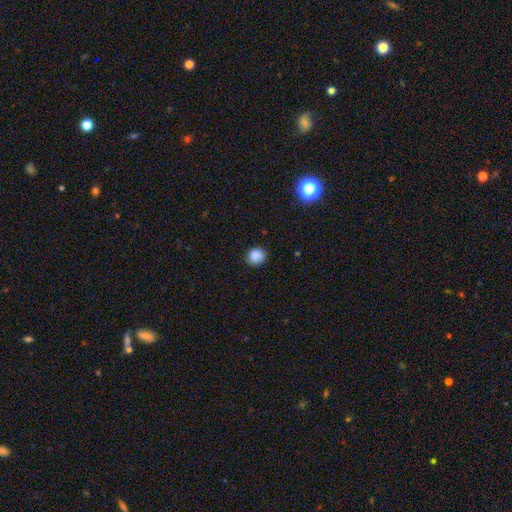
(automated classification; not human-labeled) Smooth or featured: smooth — 88% (star or artifact — 10%)
How rounded: round — 85% (in between — 14%)
Merging: none — 87% (minor disturbance — 10%)